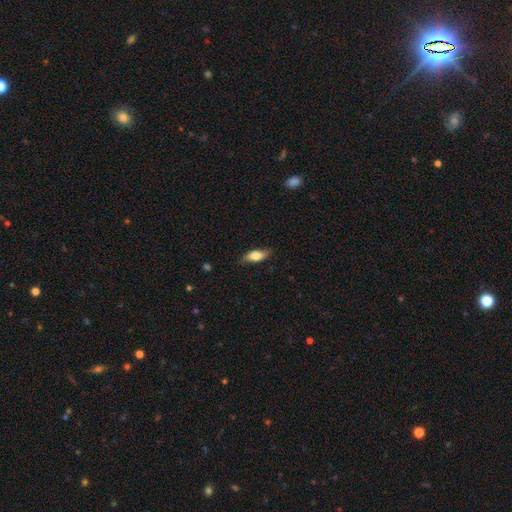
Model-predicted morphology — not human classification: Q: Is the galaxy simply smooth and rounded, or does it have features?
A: smooth — 76%.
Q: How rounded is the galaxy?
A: in between — 77%.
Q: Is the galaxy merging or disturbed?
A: none — 80%.